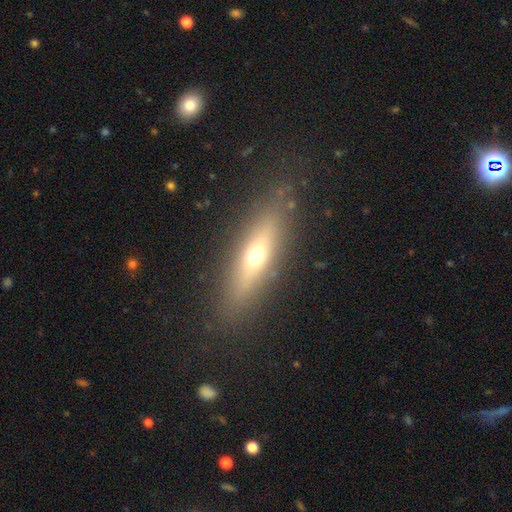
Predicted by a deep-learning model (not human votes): Smooth or featured? smooth (49%)
Merging? none (85%)